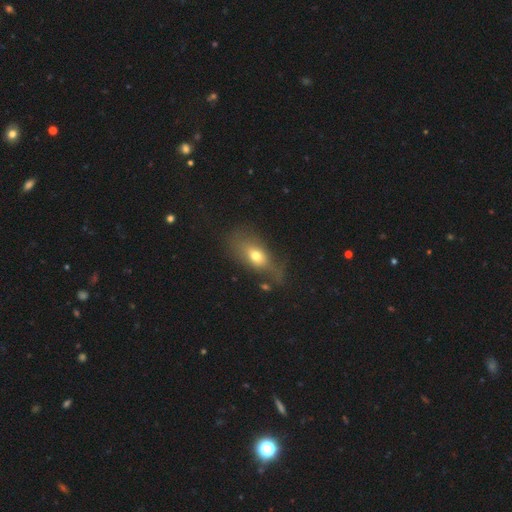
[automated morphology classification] Smooth or featured: smooth — 65% (featured or disk — 24%)
How rounded: in between — 79% (round — 13%)
Merging: none — 45% (minor disturbance — 27%)